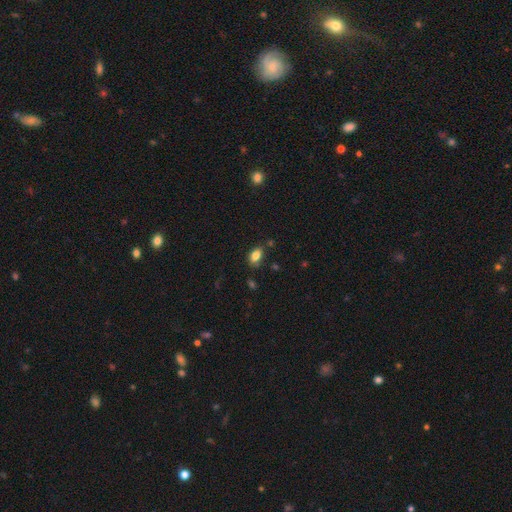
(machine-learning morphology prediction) Q: Smooth or featured?
A: smooth (84%); runner-up: star or artifact (10%)
Q: How rounded?
A: in between (87%); runner-up: round (11%)
Q: Merging?
A: none (75%); runner-up: minor disturbance (18%)